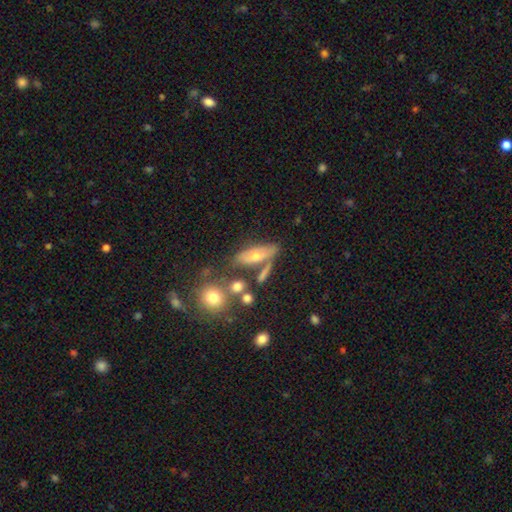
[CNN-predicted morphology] A smooth galaxy with no disk features (53%) that is in between round and cigar-shaped (54%).

Vote fractions:
- Smooth or featured? smooth: 53% / featured or disk: 36% / star or artifact: 12%
- How rounded? in between: 54% / cigar-shaped: 37% / round: 8%
- Merging? none: 56% / merger: 20% / minor disturbance: 16% / major disturbance: 8%